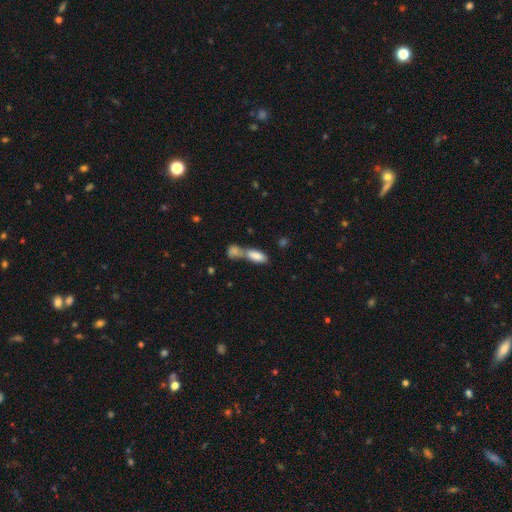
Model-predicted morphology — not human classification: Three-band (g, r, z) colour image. It shows a smooth galaxy with no disk features (83%) that is in between round and cigar-shaped (80%). Merging: merger (62%).